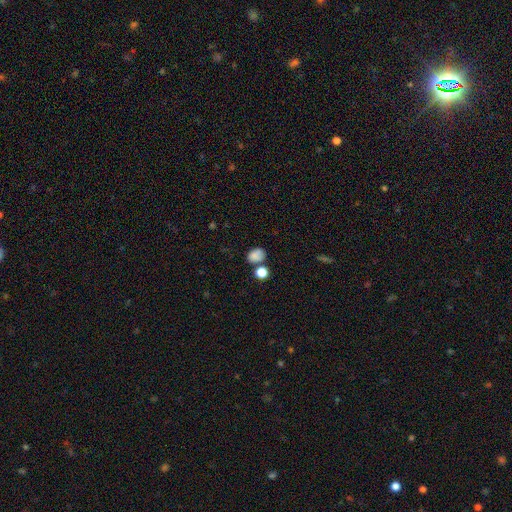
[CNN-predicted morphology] smooth 81%, star or artifact 12%, featured or disk 7%. Down the decision tree: how rounded — in between (66%); merging — none (59%).